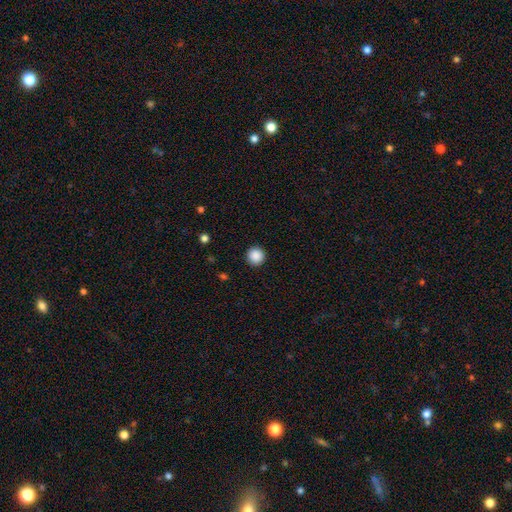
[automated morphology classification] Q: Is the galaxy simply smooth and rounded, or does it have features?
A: smooth — 88%.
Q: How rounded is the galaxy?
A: round — 96%.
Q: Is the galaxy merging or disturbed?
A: none — 93%.